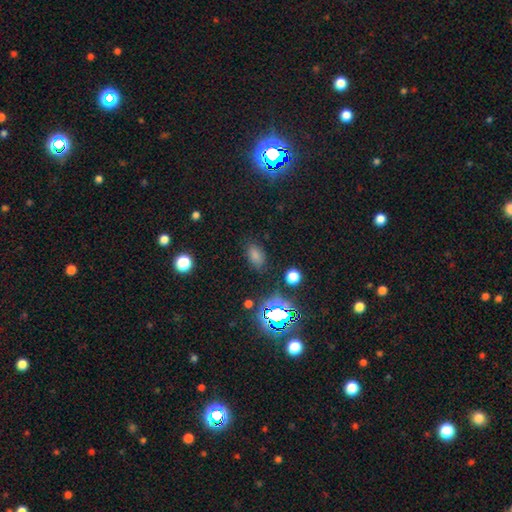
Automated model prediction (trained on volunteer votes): smooth-or-featured: smooth: 71% | star or artifact: 22% | featured or disk: 7%
  how-rounded: in between: 87% | round: 11% | cigar-shaped: 2%
  merging: none: 80% | minor disturbance: 13% | major disturbance: 5% | merger: 2%